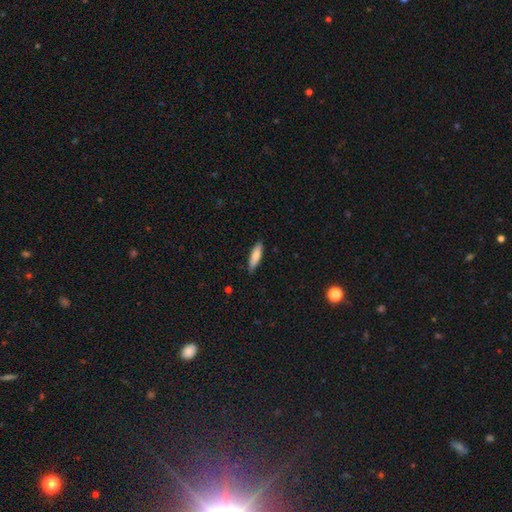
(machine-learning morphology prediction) A smooth galaxy with no disk features (77%) that is cigar-shaped (55%).

Vote fractions:
- Smooth or featured? smooth: 77% / featured or disk: 17% / star or artifact: 6%
- How rounded? cigar-shaped: 55% / in between: 43% / round: 2%
- Merging? none: 84% / minor disturbance: 13% / major disturbance: 2% / merger: 1%